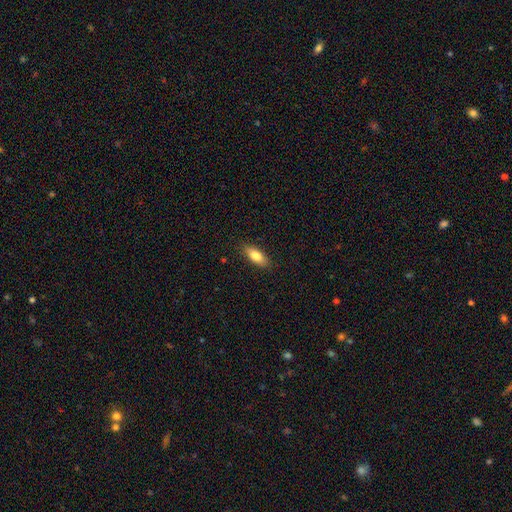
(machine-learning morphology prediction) Smooth or featured?
  - smooth: 78% *
  - featured or disk: 15%
  - star or artifact: 7%
How rounded?
  - in between: 75% *
  - cigar-shaped: 22%
  - round: 3%
Merging?
  - none: 87% *
  - minor disturbance: 10%
  - major disturbance: 2%
  - merger: 1%